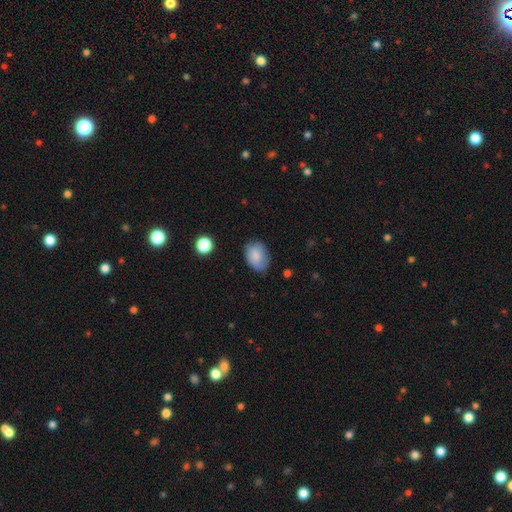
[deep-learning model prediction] This is clearly a smooth galaxy (85%). How rounded: likely in between (77%). Merging: likely none (73%).